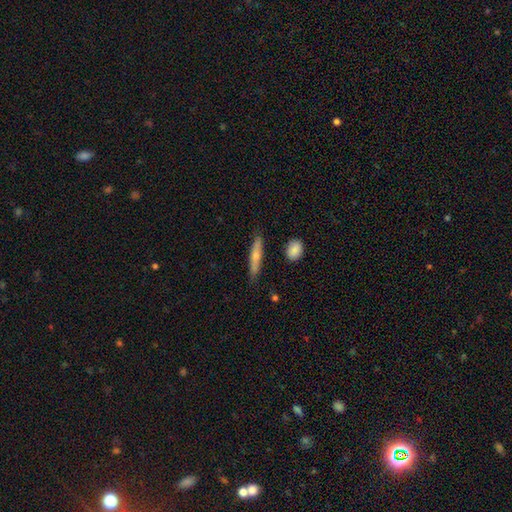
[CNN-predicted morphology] The model was most divided on "smooth or featured": smooth: 57%, featured or disk: 37%, star or artifact: 6%. More confident: how rounded — cigar-shaped (88%); merging — none (84%).